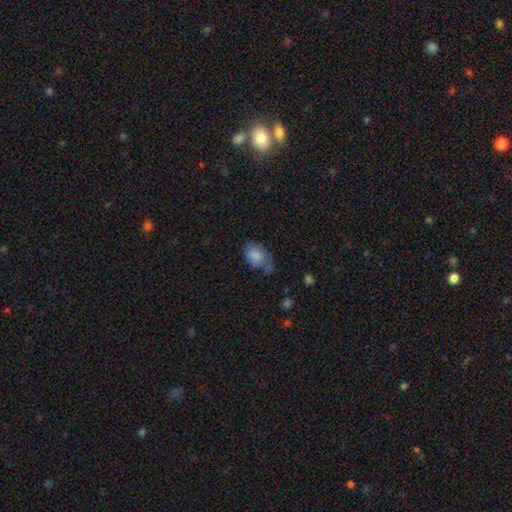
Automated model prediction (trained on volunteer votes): Smooth or featured: smooth — 76% (featured or disk — 15%)
How rounded: in between — 81% (round — 17%)
Merging: none — 37% (minor disturbance — 33%)